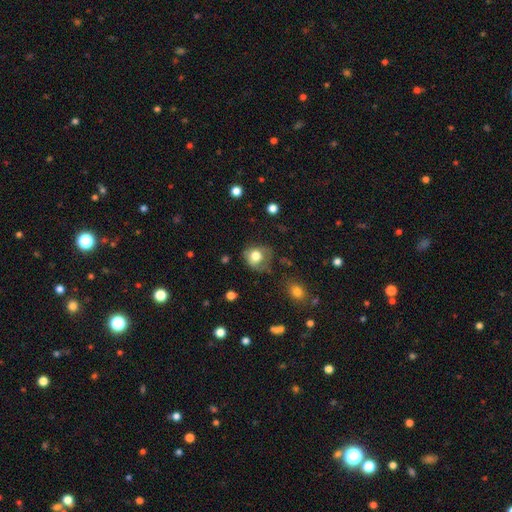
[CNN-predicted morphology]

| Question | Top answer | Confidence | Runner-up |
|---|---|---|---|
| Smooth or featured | smooth | 72% | featured or disk (18%) |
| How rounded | round | 73% | in between (26%) |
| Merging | none | 44% | minor disturbance (30%) |